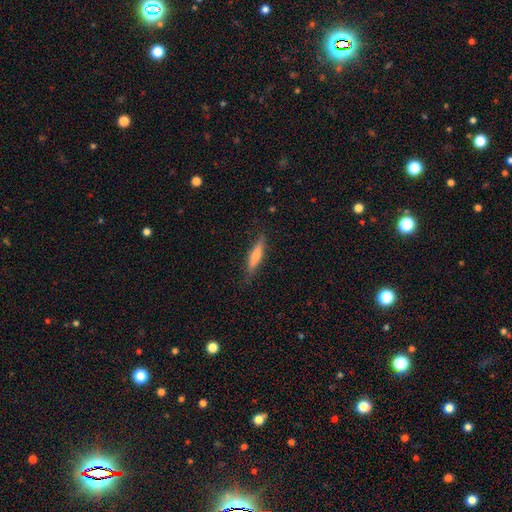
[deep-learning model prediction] Smooth or featured? smooth (55%)
How rounded? cigar-shaped (85%)
Merging? none (85%)